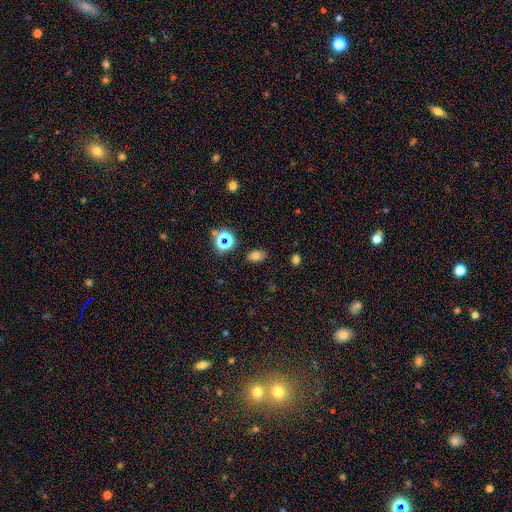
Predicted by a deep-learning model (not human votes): This is likely a smooth galaxy (69%). How rounded: clearly in between (84%). Merging: clearly none (83%).